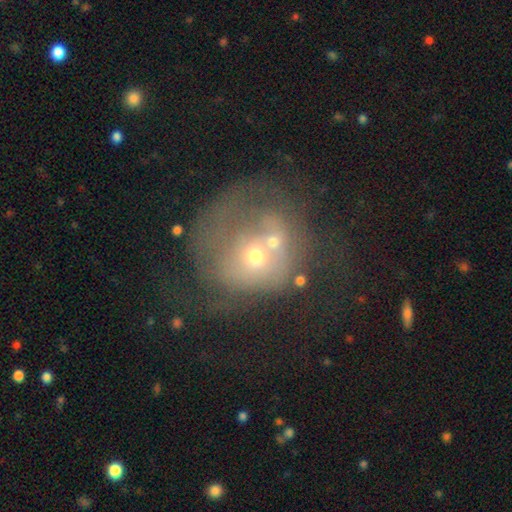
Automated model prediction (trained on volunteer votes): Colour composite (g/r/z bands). It shows a featured or disk galaxy (52%) with no bar (88%), no spiral arms (65%) and a small central bulge (55%). Merging: merger (41%).